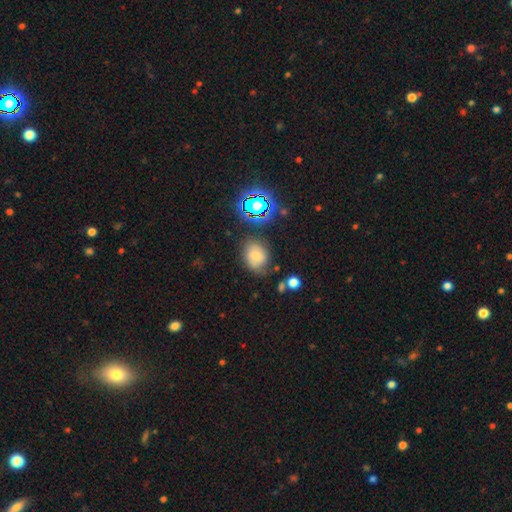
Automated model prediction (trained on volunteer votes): Smooth or featured: smooth — 67% (star or artifact — 17%)
How rounded: in between — 53% (round — 46%)
Merging: none — 67% (minor disturbance — 22%)